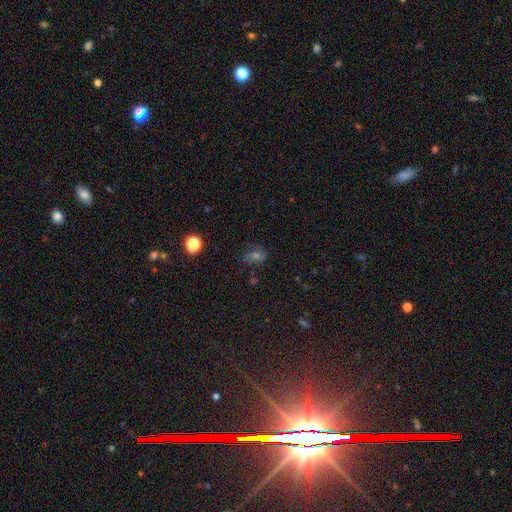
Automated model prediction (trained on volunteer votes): Morphology: type=smooth (40%); merging=none (67%).